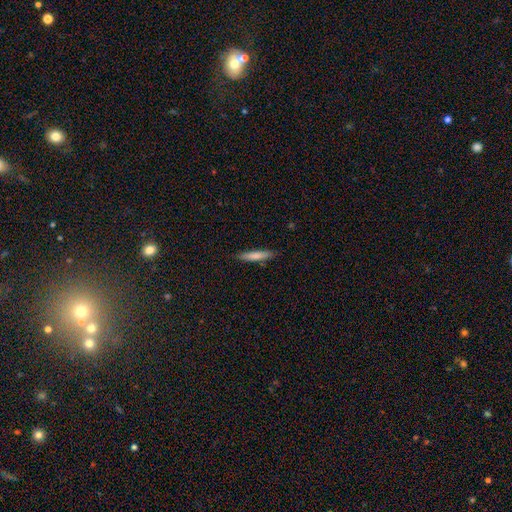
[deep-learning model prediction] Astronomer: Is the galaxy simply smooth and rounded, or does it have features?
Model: smooth — 75%.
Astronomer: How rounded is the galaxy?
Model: cigar-shaped — 91%.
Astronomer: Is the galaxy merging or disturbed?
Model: none — 88%.